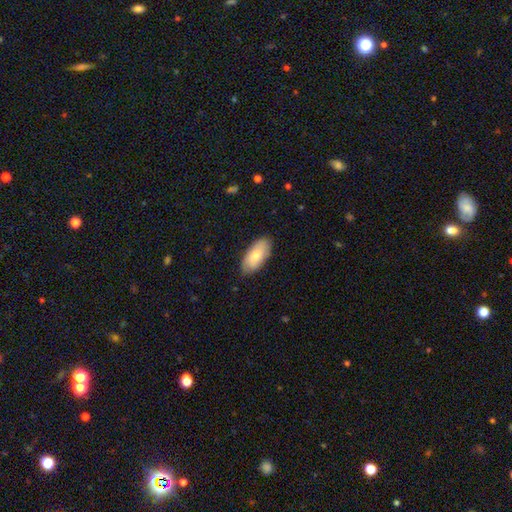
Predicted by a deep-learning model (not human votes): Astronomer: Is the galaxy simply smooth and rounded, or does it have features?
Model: smooth — 77%.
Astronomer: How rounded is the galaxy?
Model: in between — 91%.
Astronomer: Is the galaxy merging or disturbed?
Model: none — 84%.